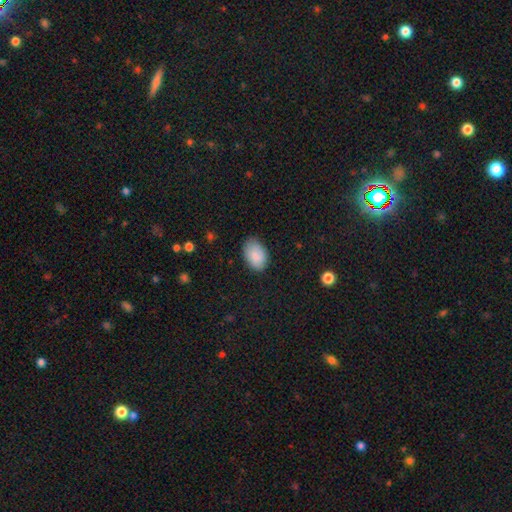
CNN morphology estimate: Overall: smooth (87%). How rounded: in between (88%). Merging: none (80%).